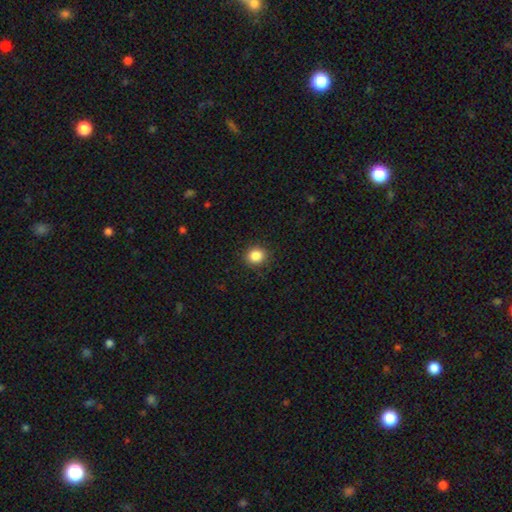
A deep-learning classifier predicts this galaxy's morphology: Smooth or featured?
  - smooth: 86% *
  - star or artifact: 10%
  - featured or disk: 4%
How rounded?
  - round: 80% *
  - in between: 19%
  - cigar-shaped: 1%
Merging?
  - none: 90% *
  - minor disturbance: 7%
  - major disturbance: 2%
  - merger: 1%